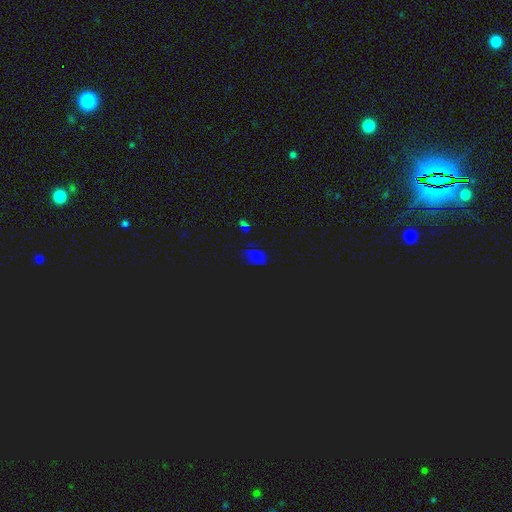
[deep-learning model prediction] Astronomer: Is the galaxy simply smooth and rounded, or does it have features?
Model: star or artifact — 56% (runner-up: smooth, 38%).